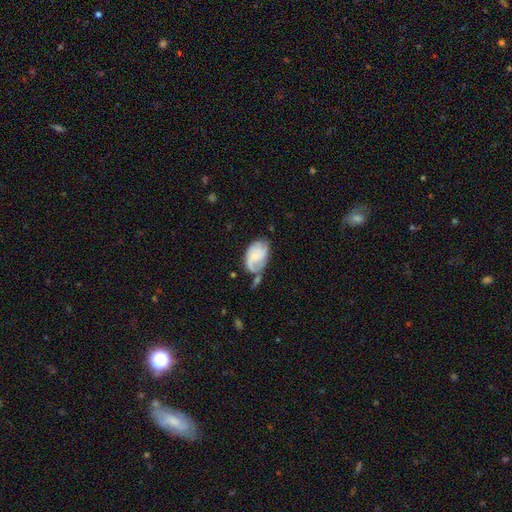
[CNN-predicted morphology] type=featured or disk (63%); edge-on=no (97%); bar=no (68%); spiral arms=yes (89%); winding=medium (41%); arm count=2 (37%); bulge=small (53%); merging=none (44%).